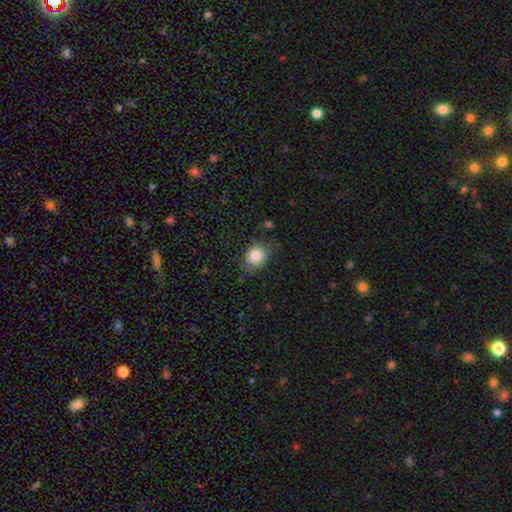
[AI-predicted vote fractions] The model was most divided on "how rounded": round: 60%, in between: 39%, cigar-shaped: 1%. More confident: smooth or featured — smooth (82%); merging — none (75%).